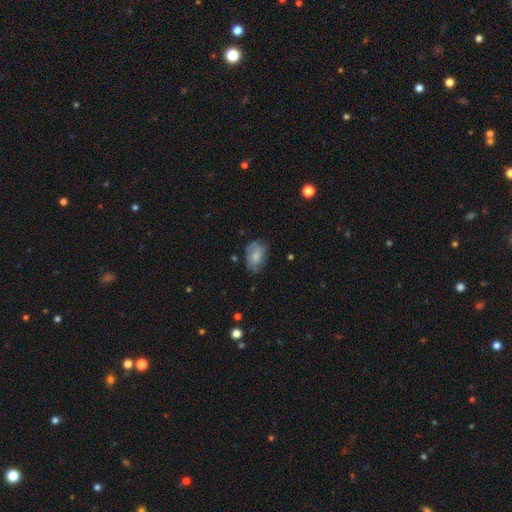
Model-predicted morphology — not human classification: smooth-or-featured: smooth: 76% | featured or disk: 16% | star or artifact: 8%
  how-rounded: in between: 86% | round: 12% | cigar-shaped: 1%
  merging: none: 61% | minor disturbance: 28% | major disturbance: 9% | merger: 2%